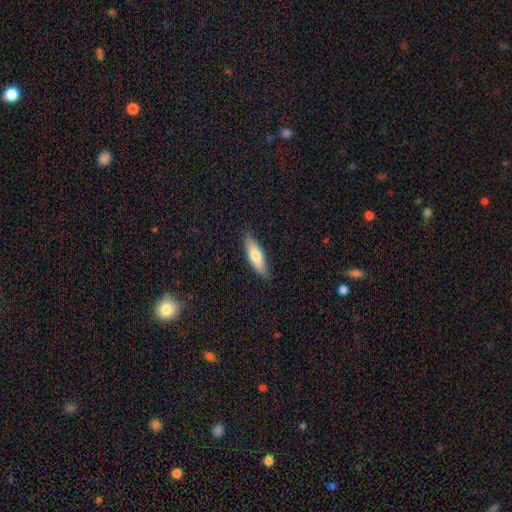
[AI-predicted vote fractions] smooth-or-featured: smooth: 70% | featured or disk: 24% | star or artifact: 6%
  how-rounded: cigar-shaped: 51% | in between: 47% | round: 2%
  merging: none: 86% | minor disturbance: 11% | major disturbance: 2% | merger: 1%